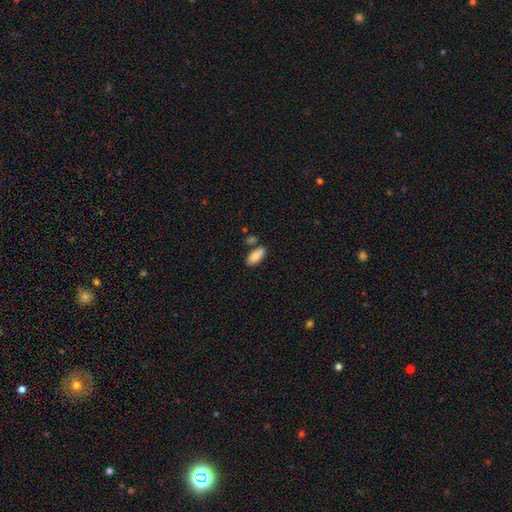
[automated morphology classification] This appears to be a smooth galaxy with no disk features (85%) that is in between round and cigar-shaped (87%). Merging: none (66%).